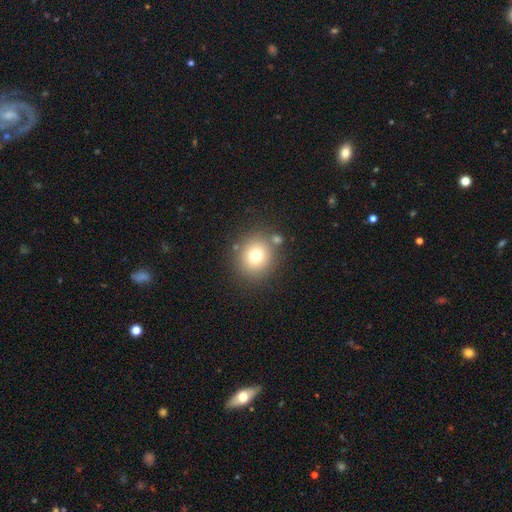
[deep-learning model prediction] This appears to be a smooth galaxy with no disk features (75%) that is round (84%). Merging: none (79%).